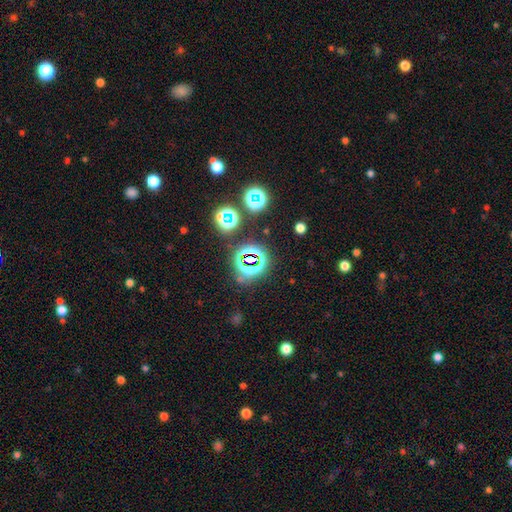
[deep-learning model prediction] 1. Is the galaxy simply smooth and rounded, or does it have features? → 77% star or artifact, 14% smooth, 9% featured or disk.